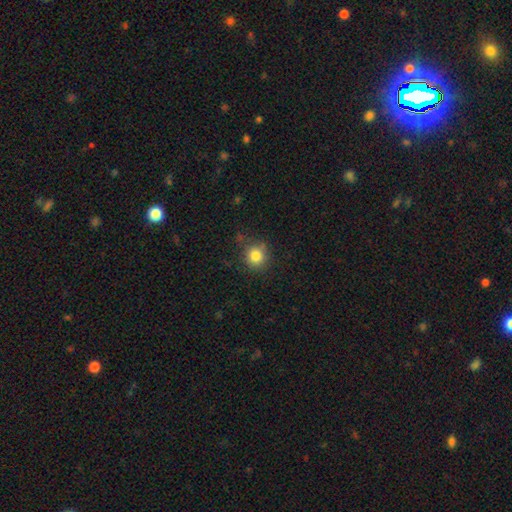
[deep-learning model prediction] Smooth or featured? Predicted: smooth (p=0.83). How rounded? Predicted: round (p=0.89). Merging? Predicted: none (p=0.80).